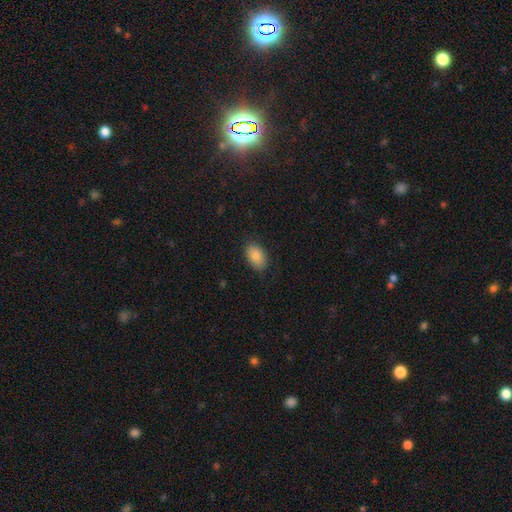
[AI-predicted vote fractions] Overall: smooth (86%). How rounded: in between (88%). Merging: none (83%).